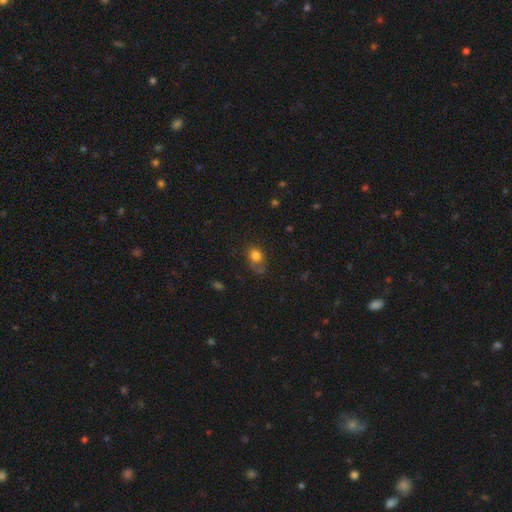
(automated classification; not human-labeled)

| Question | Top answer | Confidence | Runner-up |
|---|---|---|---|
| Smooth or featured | smooth | 79% | star or artifact (12%) |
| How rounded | round | 52% | in between (47%) |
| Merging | none | 53% | minor disturbance (29%) |